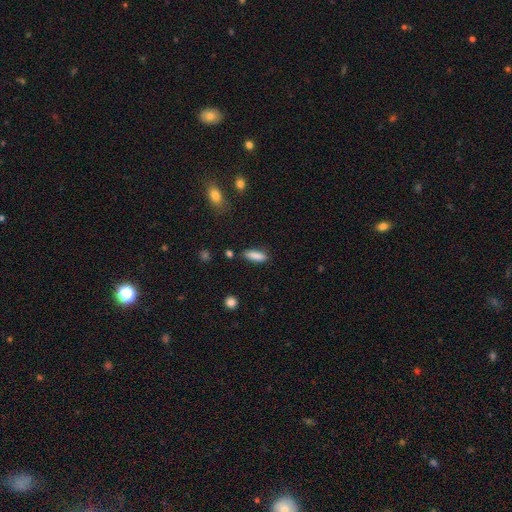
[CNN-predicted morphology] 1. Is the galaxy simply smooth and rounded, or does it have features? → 87% smooth, 7% star or artifact, 6% featured or disk.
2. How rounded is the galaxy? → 51% in between, 47% cigar-shaped, 2% round.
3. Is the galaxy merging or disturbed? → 83% none, 12% minor disturbance, 3% major disturbance, 3% merger.